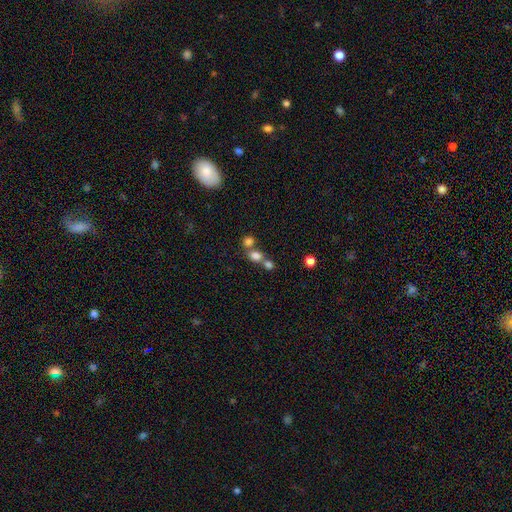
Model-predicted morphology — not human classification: This appears to be a smooth galaxy with no disk features (77%) that is round (50%). Merging: merger (49%).